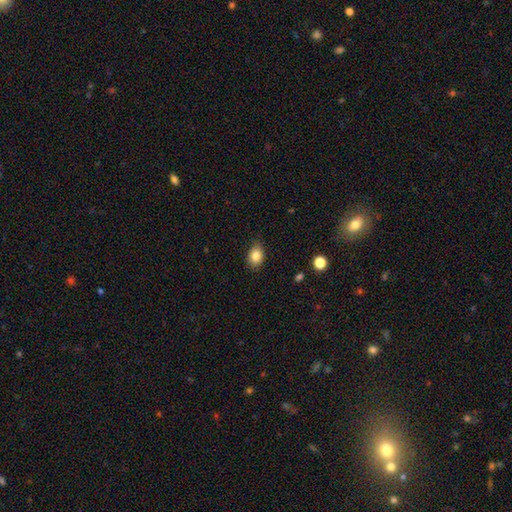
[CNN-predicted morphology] This is clearly a smooth galaxy (84%). How rounded: likely in between (71%). Merging: clearly none (82%).